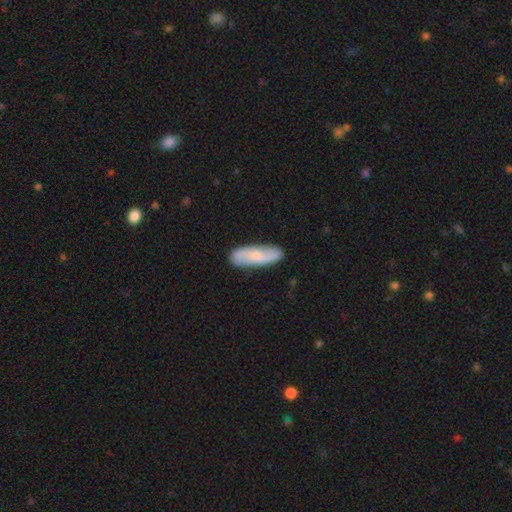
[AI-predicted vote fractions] A featured or disk galaxy (48%). Merging: none (82%).